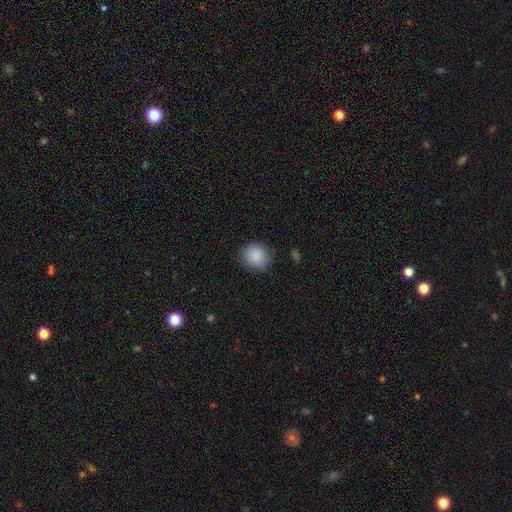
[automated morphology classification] The model was most divided on "merging": none: 80%, minor disturbance: 15%, major disturbance: 4%, merger: 1%. More confident: smooth or featured — smooth (87%); how rounded — round (86%).